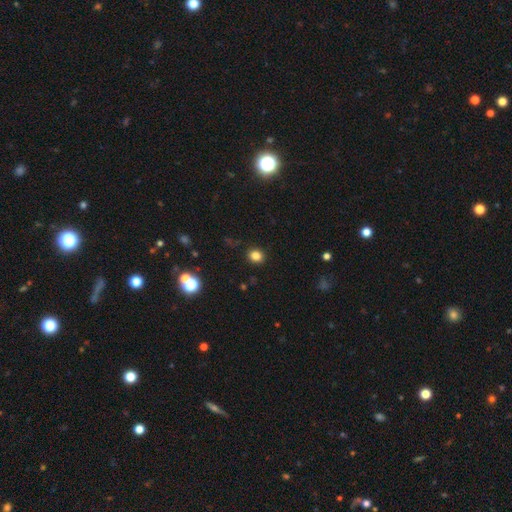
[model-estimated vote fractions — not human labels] The model was most divided on "how rounded": round: 77%, in between: 22%, cigar-shaped: 1%. More confident: merging — none (90%); smooth or featured — smooth (83%).